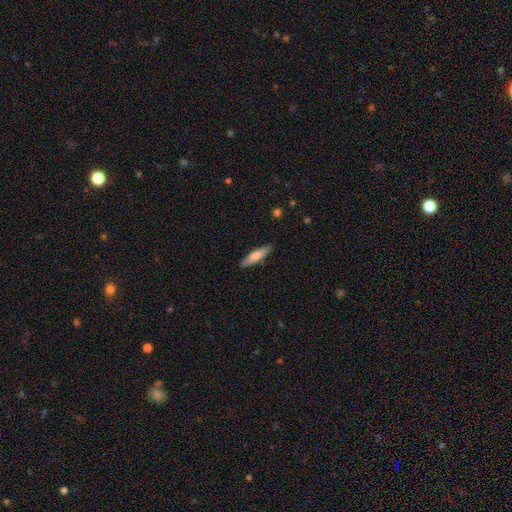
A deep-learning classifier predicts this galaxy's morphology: smooth-or-featured: smooth: 69% | featured or disk: 26% | star or artifact: 6%
  how-rounded: cigar-shaped: 73% | in between: 25% | round: 2%
  merging: none: 88% | minor disturbance: 9% | major disturbance: 2% | merger: 1%